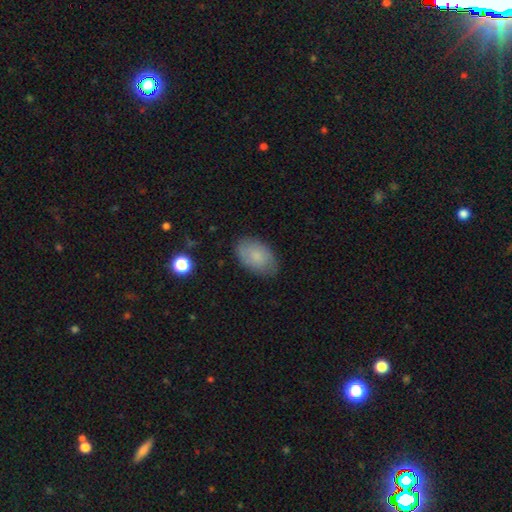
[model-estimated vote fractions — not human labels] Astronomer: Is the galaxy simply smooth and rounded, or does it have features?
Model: smooth — 75%.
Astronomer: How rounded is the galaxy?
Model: in between — 92%.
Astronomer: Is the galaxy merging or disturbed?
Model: none — 78%.